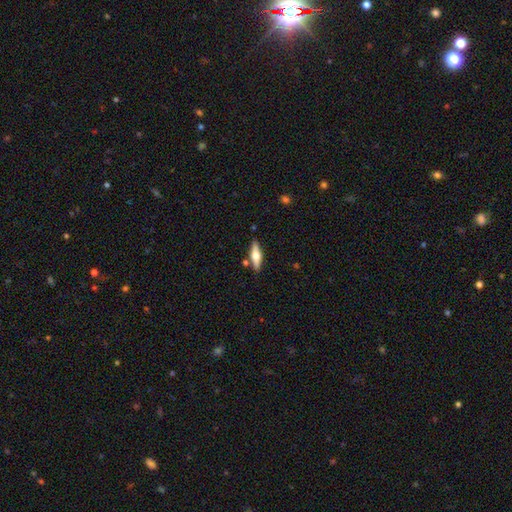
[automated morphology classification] smooth_or_featured: featured or disk (p=0.52) [alt: smooth p=0.42]
disk_edge_on: yes (p=0.94) [alt: no p=0.06]
merging: none (p=0.84) [alt: minor disturbance p=0.10]